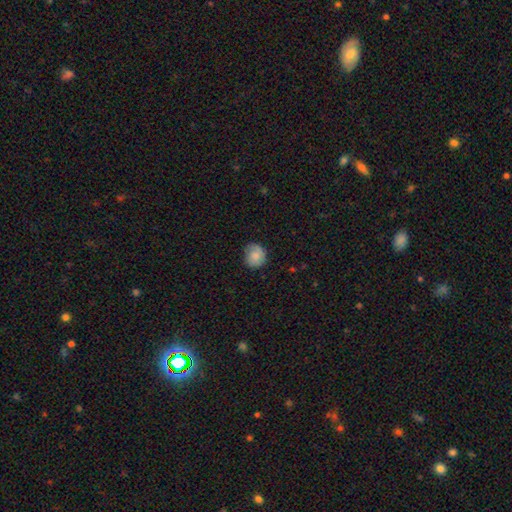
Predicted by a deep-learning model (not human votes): Smooth or featured?
  - smooth: 80% *
  - featured or disk: 13%
  - star or artifact: 8%
How rounded?
  - round: 81% *
  - in between: 18%
  - cigar-shaped: 1%
Merging?
  - none: 71% *
  - minor disturbance: 23%
  - major disturbance: 5%
  - merger: 1%